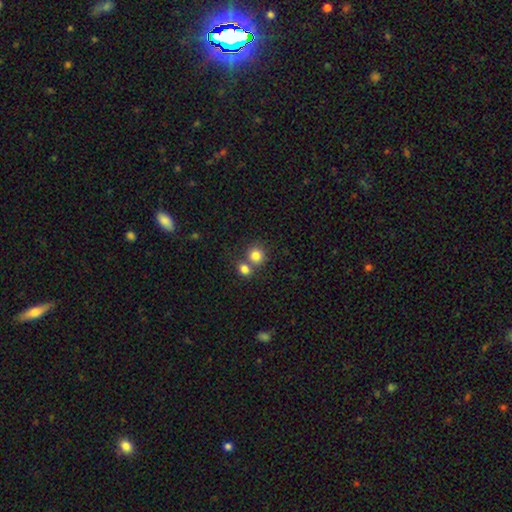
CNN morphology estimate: Smooth or featured?
  - smooth: 82% *
  - star or artifact: 11%
  - featured or disk: 7%
How rounded?
  - round: 86% *
  - in between: 13%
  - cigar-shaped: 1%
Merging?
  - none: 50% *
  - merger: 40%
  - minor disturbance: 7%
  - major disturbance: 3%